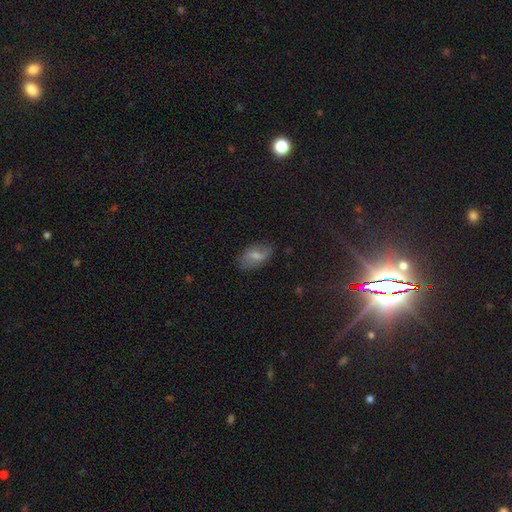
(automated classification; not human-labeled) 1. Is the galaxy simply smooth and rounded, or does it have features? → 56% smooth, 35% featured or disk, 9% star or artifact.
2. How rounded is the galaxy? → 91% in between, 6% round, 3% cigar-shaped.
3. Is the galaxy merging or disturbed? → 73% none, 19% minor disturbance, 6% major disturbance, 1% merger.